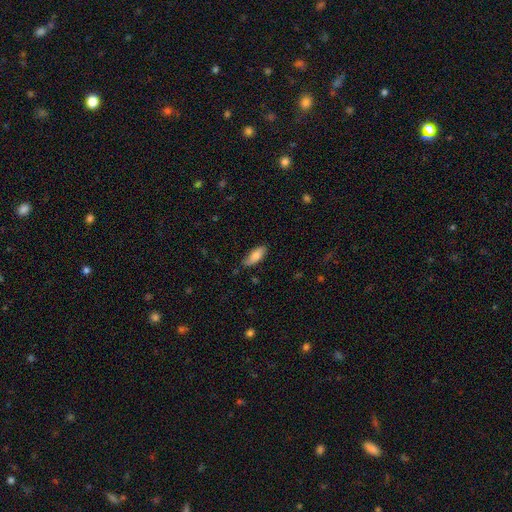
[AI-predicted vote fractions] Smooth or featured? Predicted: smooth (p=0.78). How rounded? Predicted: in between (p=0.77). Merging? Predicted: none (p=0.74).